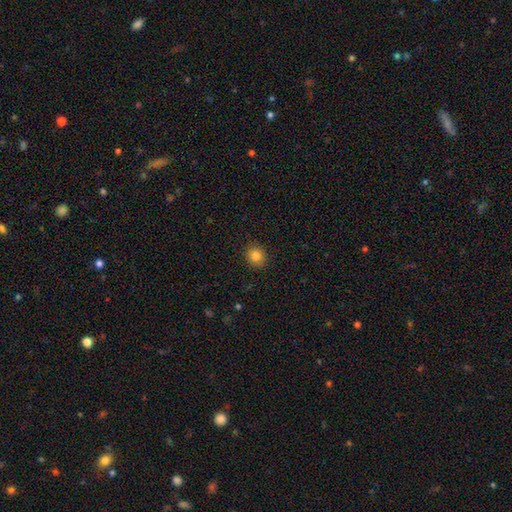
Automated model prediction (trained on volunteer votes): Morphology: type=smooth (83%); roundness=round (77%); merging=none (90%).